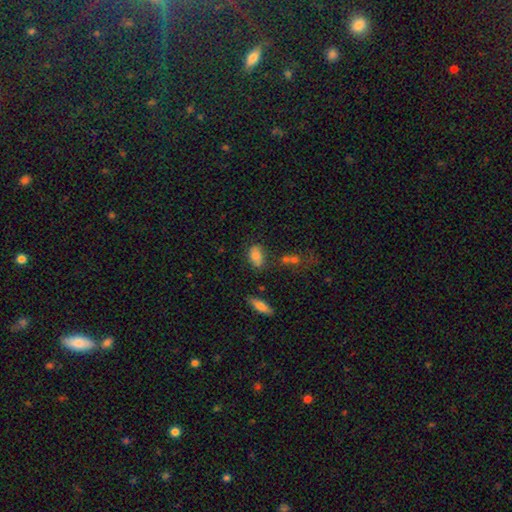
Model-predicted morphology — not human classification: This appears to be a smooth galaxy with no disk features (77%) that is in between round and cigar-shaped (85%). Merging: none (71%).